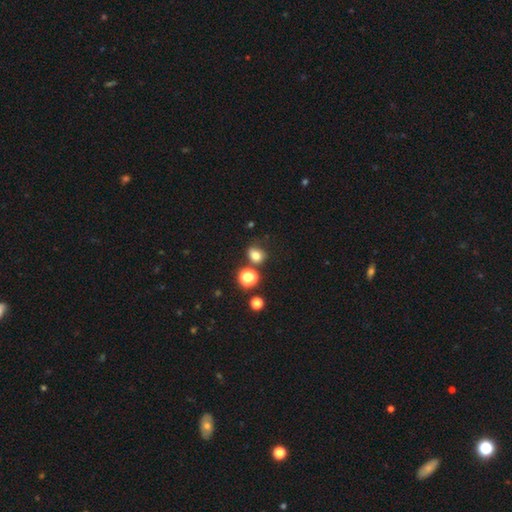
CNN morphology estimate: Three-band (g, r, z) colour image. It shows a smooth galaxy with no disk features (76%) that is round (52%). Merging: none (67%).